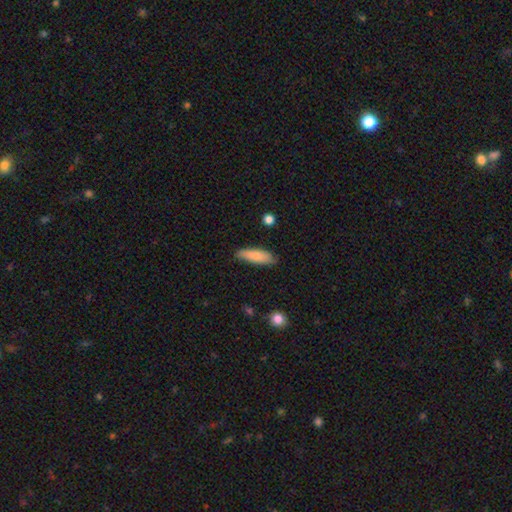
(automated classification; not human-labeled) smooth-or-featured: smooth: 84% | featured or disk: 10% | star or artifact: 6%
  how-rounded: cigar-shaped: 55% | in between: 44% | round: 2%
  merging: none: 81% | minor disturbance: 15% | major disturbance: 2% | merger: 1%